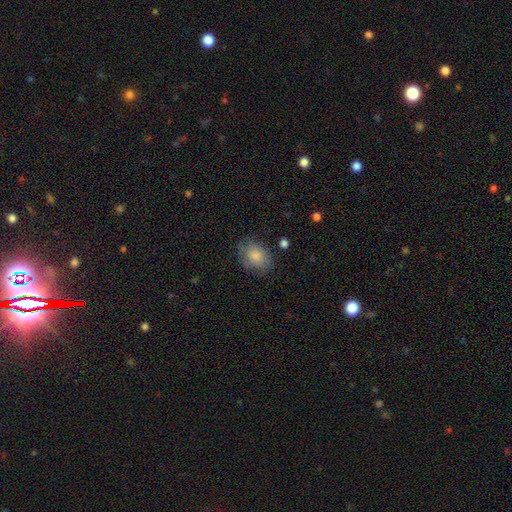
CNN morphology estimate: Smooth or featured: smooth — 79% (featured or disk — 13%)
How rounded: in between — 66% (round — 32%)
Merging: none — 69% (minor disturbance — 22%)